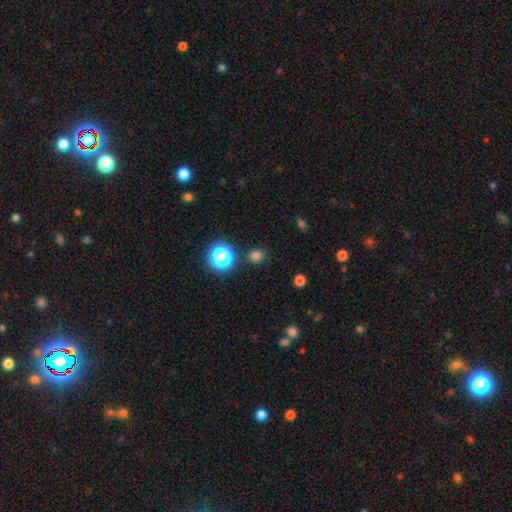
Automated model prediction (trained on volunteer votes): smooth_or_featured: smooth (p=0.74) [alt: star or artifact p=0.22]
how_rounded: round (p=0.81) [alt: in between p=0.18]
merging: none (p=0.84) [alt: minor disturbance p=0.09]